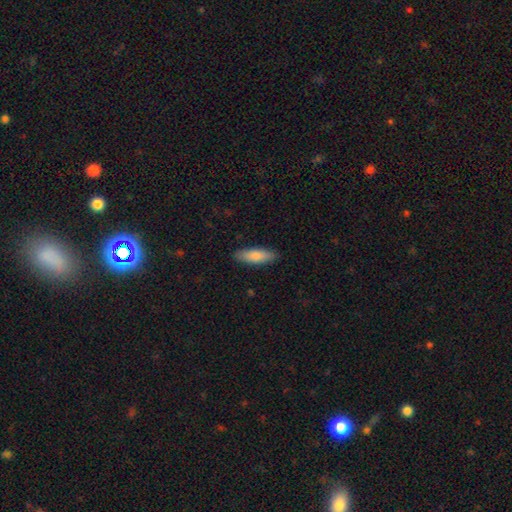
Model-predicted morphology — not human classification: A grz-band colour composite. It shows a smooth galaxy with no disk features (81%) that is in between round and cigar-shaped (55%). Merging: none (88%).